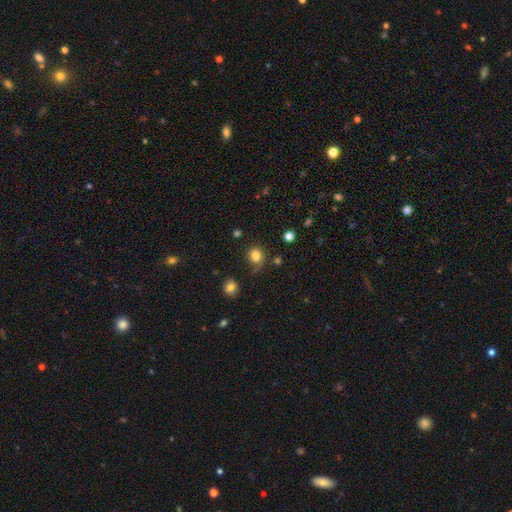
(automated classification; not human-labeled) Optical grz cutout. It shows a smooth galaxy with no disk features (82%) that is round (81%). Merging: none (72%).